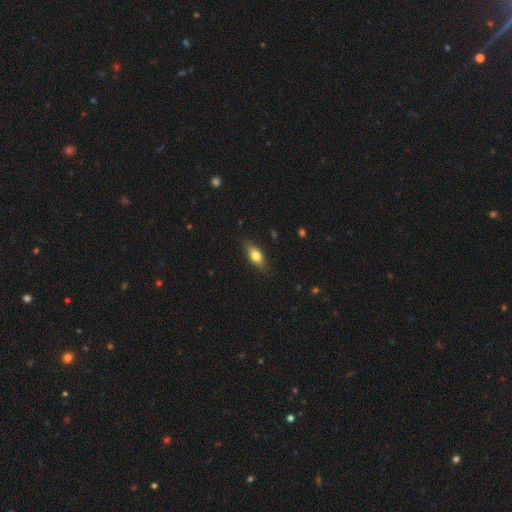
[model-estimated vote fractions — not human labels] This is likely a smooth galaxy (74%). How rounded: likely in between (78%). Merging: clearly none (83%).